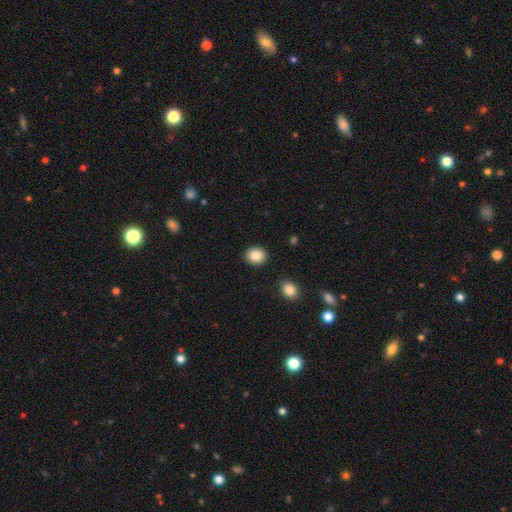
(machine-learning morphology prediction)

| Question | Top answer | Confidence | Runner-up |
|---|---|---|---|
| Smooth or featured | smooth | 87% | star or artifact (8%) |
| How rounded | round | 69% | in between (30%) |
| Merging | none | 90% | minor disturbance (6%) |